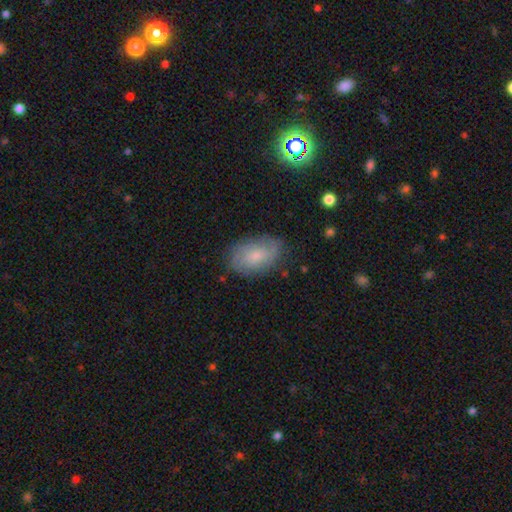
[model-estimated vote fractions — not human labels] Overall: smooth (52%; featured or disk 40%). How rounded: in between (89%). Merging: none (73%).